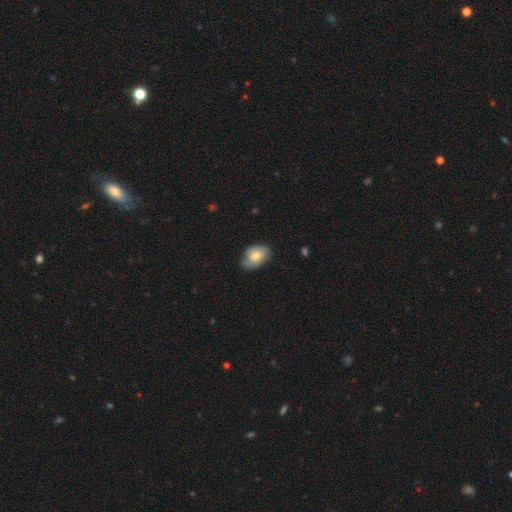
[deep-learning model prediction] Q: Smooth or featured?
A: smooth (73%); runner-up: featured or disk (20%)
Q: How rounded?
A: in between (86%); runner-up: round (13%)
Q: Merging?
A: none (64%); runner-up: minor disturbance (30%)